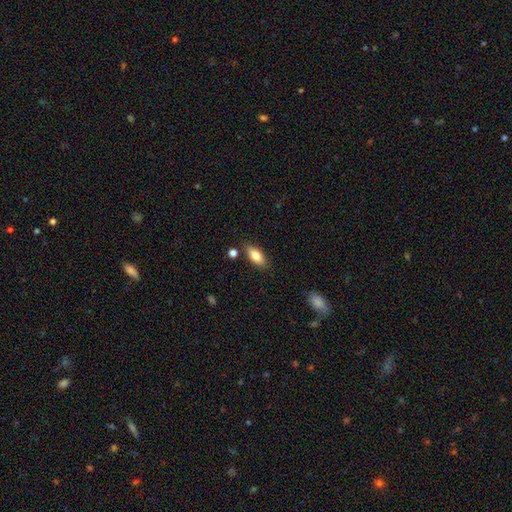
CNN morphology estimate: type=smooth (80%); roundness=in between (85%); merging=none (82%).